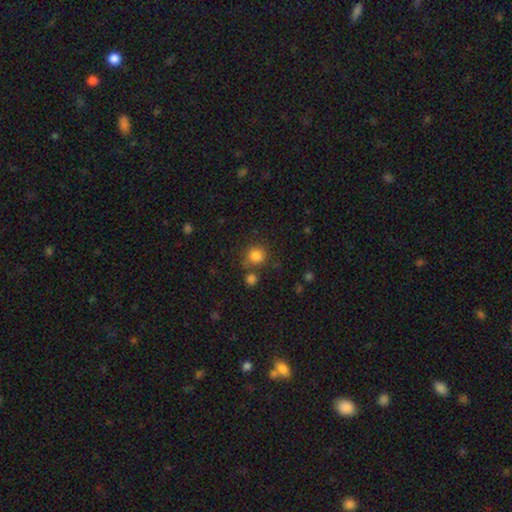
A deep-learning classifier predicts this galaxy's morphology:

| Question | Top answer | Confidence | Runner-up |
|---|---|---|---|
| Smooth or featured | smooth | 83% | star or artifact (12%) |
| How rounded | round | 88% | in between (11%) |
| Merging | none | 71% | merger (14%) |